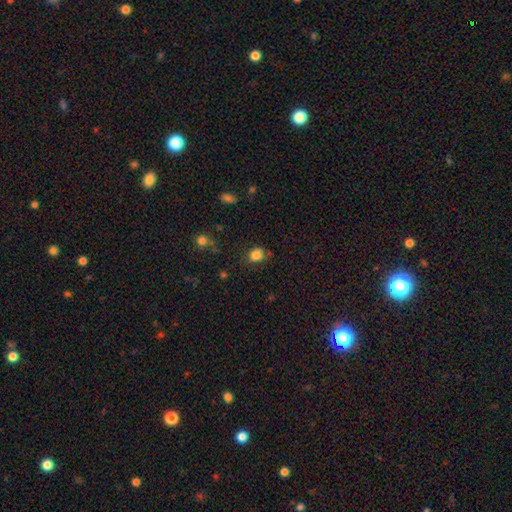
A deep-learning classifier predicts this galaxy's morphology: Smooth or featured: smooth — 83% (star or artifact — 12%)
How rounded: round — 56% (in between — 43%)
Merging: none — 69% (minor disturbance — 22%)